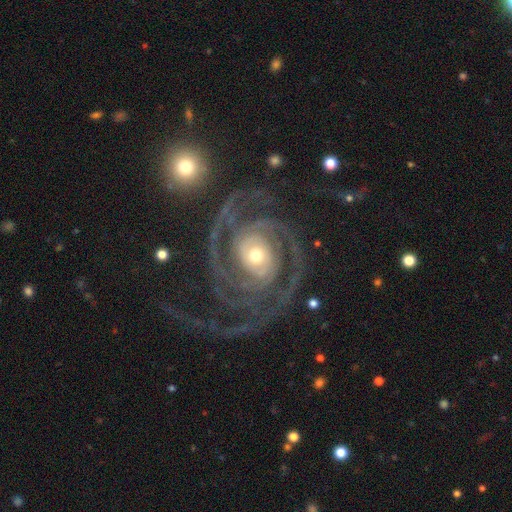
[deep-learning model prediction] A featured or disk galaxy (93%) with no bar (71%), 2 (44%) tight (64%) spiral arms (98%) and a moderate central bulge (55%).

Vote fractions:
- Smooth or featured? featured or disk: 93% / star or artifact: 4% / smooth: 3%
- Edge-on disk? no: 98% / yes: 2%
- Bar? no: 71% / weak: 18% / strong: 11%
- Spiral arms? yes: 98% / no: 2%
- Spiral winding? tight: 64% / medium: 29% / loose: 7%
- Spiral arm count? 2: 44% / 3: 19% / can't tell: 12% / 4: 10% / more than 4: 8% / 1: 8%
- Bulge size? moderate: 55% / small: 36% / large: 7% / dominant: 1% / none: 1%
- Merging? none: 72% / minor disturbance: 13% / major disturbance: 13% / merger: 2%